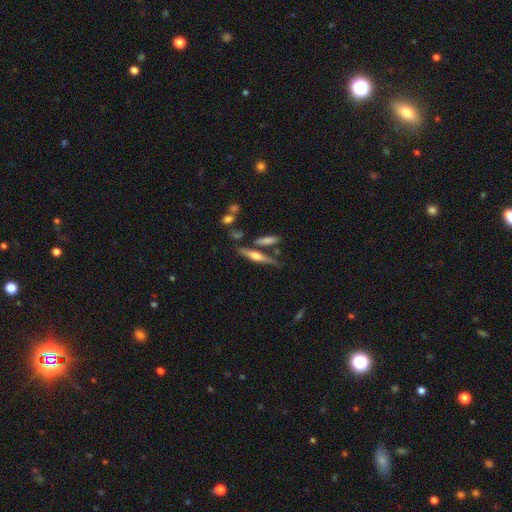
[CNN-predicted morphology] A featured or disk galaxy (53%) viewed edge-on (94%).

Vote fractions:
- Smooth or featured? featured or disk: 53% / smooth: 40% / star or artifact: 7%
- Edge-on disk? yes: 94% / no: 6%
- Merging? none: 68% / minor disturbance: 14% / merger: 13% / major disturbance: 4%